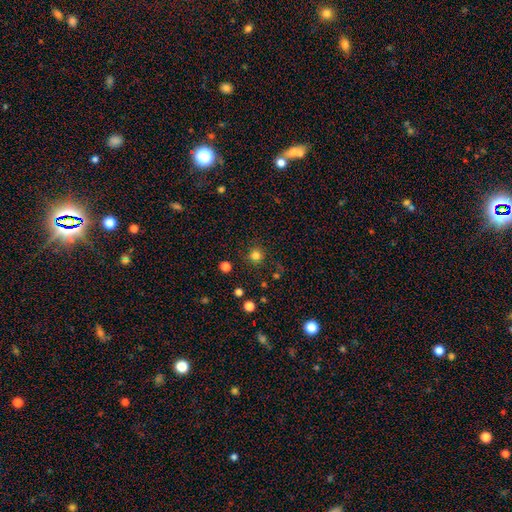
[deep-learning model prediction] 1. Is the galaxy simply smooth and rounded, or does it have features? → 80% smooth, 15% star or artifact, 5% featured or disk.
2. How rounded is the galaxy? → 93% round, 6% in between, 1% cigar-shaped.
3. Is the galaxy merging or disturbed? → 87% none, 8% minor disturbance, 3% major disturbance, 2% merger.